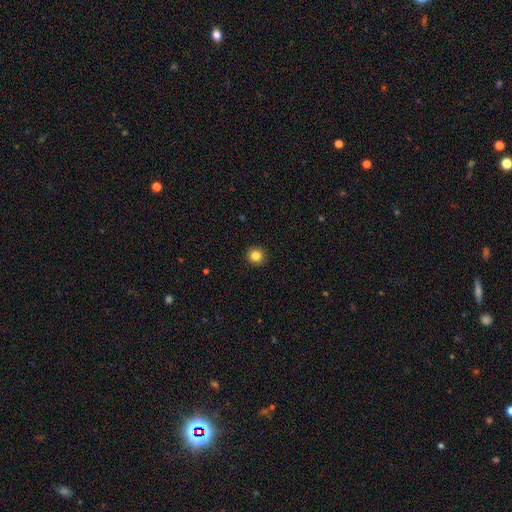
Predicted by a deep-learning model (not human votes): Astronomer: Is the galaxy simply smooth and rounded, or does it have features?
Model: smooth — 83%.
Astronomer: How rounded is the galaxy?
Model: round — 92%.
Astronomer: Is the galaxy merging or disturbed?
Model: none — 93%.